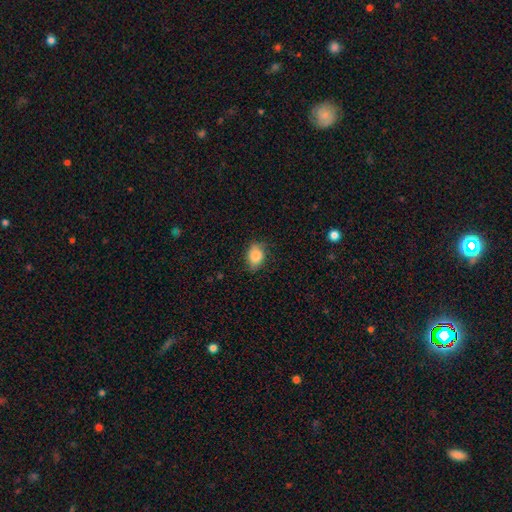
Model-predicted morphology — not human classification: A smooth galaxy with no disk features (84%) that is in between round and cigar-shaped (75%). Merging: none (75%).